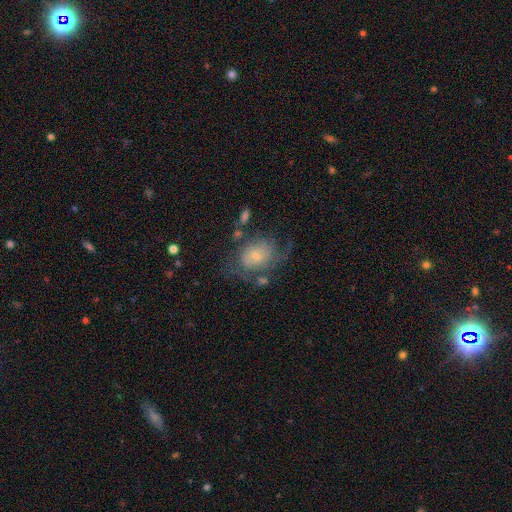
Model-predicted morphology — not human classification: Smooth or featured: featured or disk — 56% (smooth — 33%)
Edge-on disk: no — 96% (yes — 4%)
Bar: no — 79% (weak — 17%)
Spiral arms: yes — 69% (no — 31%)
Bulge size: small — 68% (moderate — 25%)
Merging: none — 44% (major disturbance — 28%)